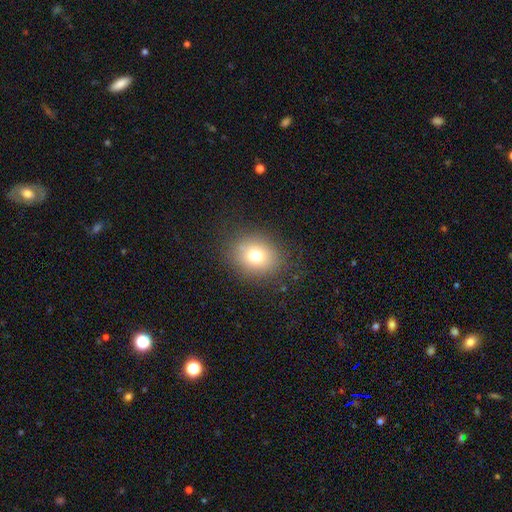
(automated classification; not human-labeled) Q: Smooth or featured?
A: smooth (72%); runner-up: star or artifact (15%)
Q: How rounded?
A: round (65%); runner-up: in between (34%)
Q: Merging?
A: none (84%); runner-up: minor disturbance (10%)